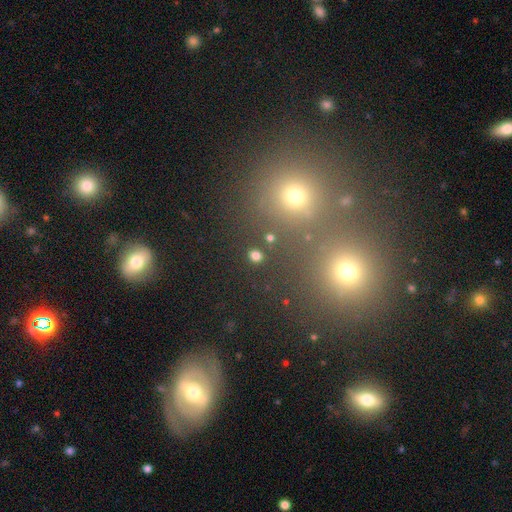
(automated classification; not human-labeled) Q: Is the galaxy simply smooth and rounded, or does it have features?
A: smooth — 77%.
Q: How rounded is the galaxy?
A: round — 75%.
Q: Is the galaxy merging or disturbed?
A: none — 88%.